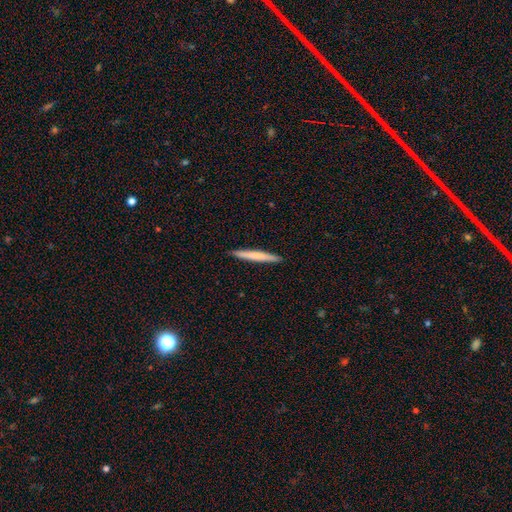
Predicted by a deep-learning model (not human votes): Morphology: type=smooth (66%); roundness=cigar-shaped (97%); merging=none (92%).